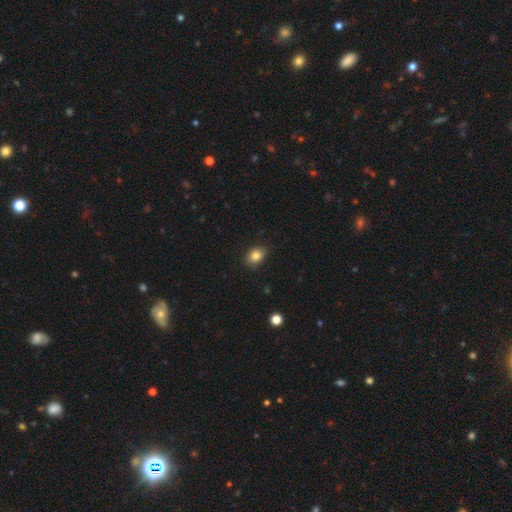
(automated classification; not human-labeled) A smooth galaxy with no disk features (84%) that is in between round and cigar-shaped (67%).

Vote fractions:
- Smooth or featured? smooth: 84% / star or artifact: 10% / featured or disk: 6%
- How rounded? in between: 67% / round: 32% / cigar-shaped: 1%
- Merging? none: 86% / minor disturbance: 11% / major disturbance: 2% / merger: 1%